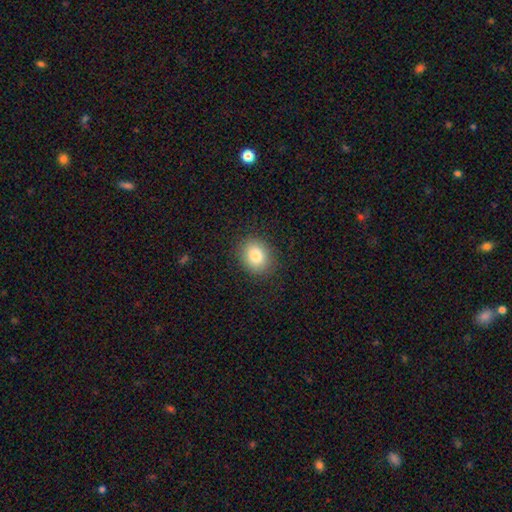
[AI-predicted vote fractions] Q: Smooth or featured?
A: smooth (82%); runner-up: star or artifact (9%)
Q: How rounded?
A: round (60%); runner-up: in between (39%)
Q: Merging?
A: none (88%); runner-up: minor disturbance (9%)